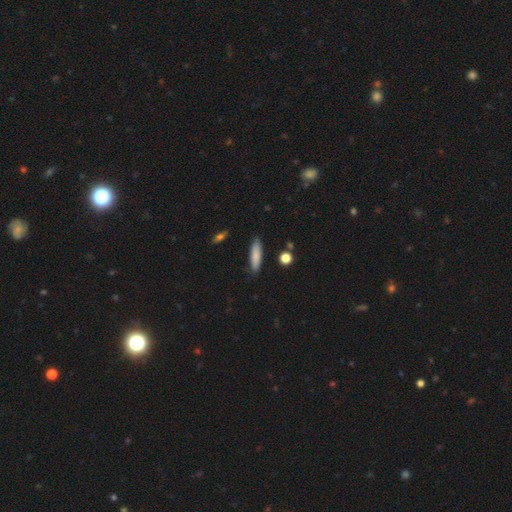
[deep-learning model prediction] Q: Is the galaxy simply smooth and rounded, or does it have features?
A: smooth — 83%.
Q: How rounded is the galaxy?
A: cigar-shaped — 72%.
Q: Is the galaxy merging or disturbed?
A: none — 88%.